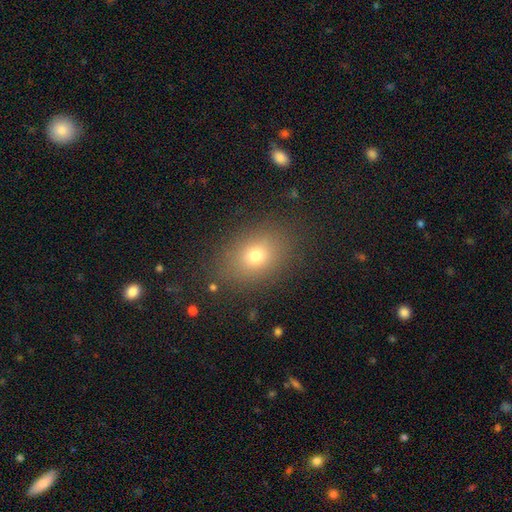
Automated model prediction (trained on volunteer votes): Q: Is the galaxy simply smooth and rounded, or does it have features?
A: smooth — 73%.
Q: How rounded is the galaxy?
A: in between — 63%.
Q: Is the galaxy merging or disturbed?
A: none — 84%.